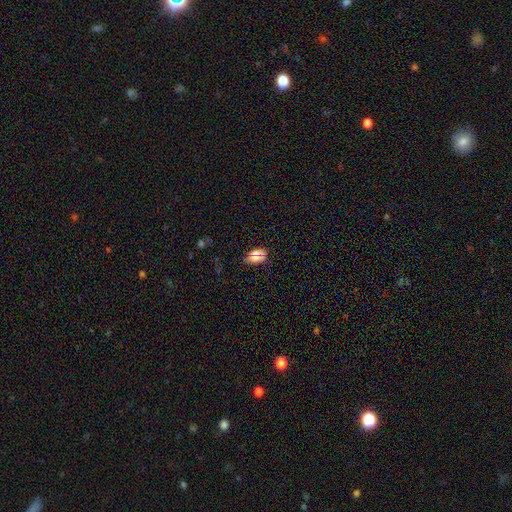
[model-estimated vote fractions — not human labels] Morphology: type=smooth (65%); roundness=in between (73%); merging=none (66%).